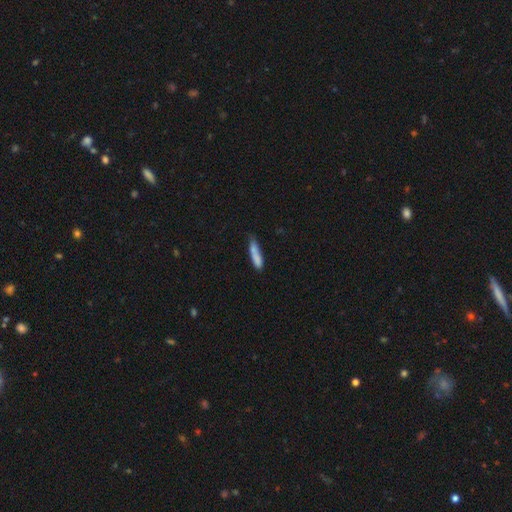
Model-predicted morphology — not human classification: smooth_or_featured: smooth (p=0.80) [alt: featured or disk p=0.13]
how_rounded: cigar-shaped (p=0.80) [alt: in between p=0.19]
merging: none (p=0.58) [alt: minor disturbance p=0.30]